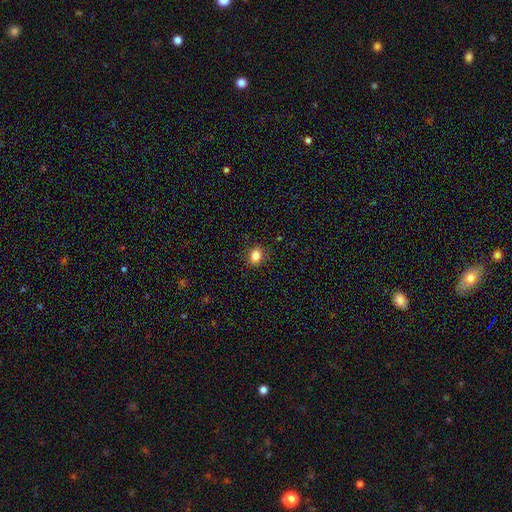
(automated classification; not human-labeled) A smooth galaxy with no disk features (84%) that is in between round and cigar-shaped (52%). Merging: none (87%).